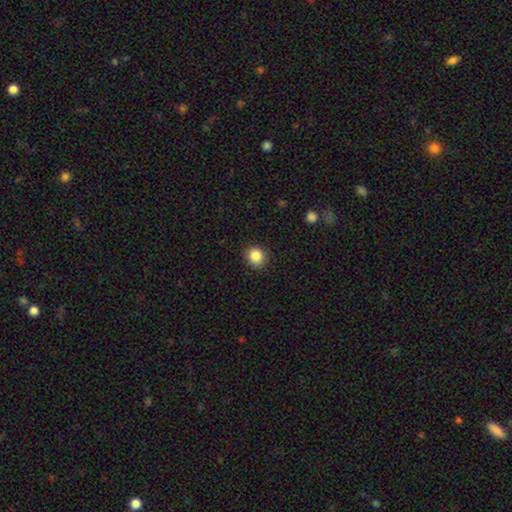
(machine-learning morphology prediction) Q: Smooth or featured?
A: smooth (86%); runner-up: star or artifact (10%)
Q: How rounded?
A: round (84%); runner-up: in between (15%)
Q: Merging?
A: none (90%); runner-up: minor disturbance (7%)